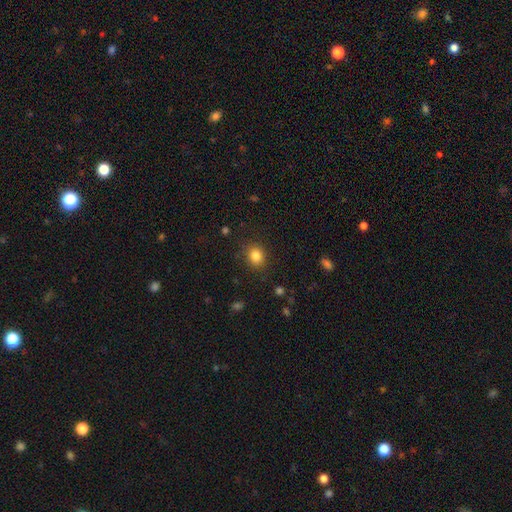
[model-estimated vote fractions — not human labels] A smooth galaxy with no disk features (83%) that is round (68%). Merging: none (86%).